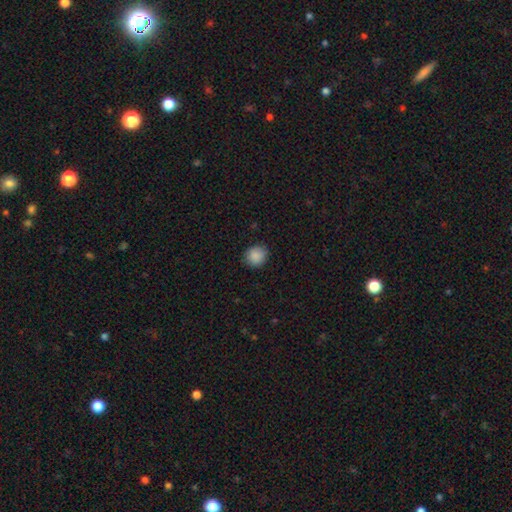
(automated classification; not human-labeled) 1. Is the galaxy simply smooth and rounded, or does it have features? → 88% smooth, 9% star or artifact, 3% featured or disk.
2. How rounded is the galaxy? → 80% round, 19% in between, 1% cigar-shaped.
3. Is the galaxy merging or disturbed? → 87% none, 10% minor disturbance, 2% major disturbance, 1% merger.